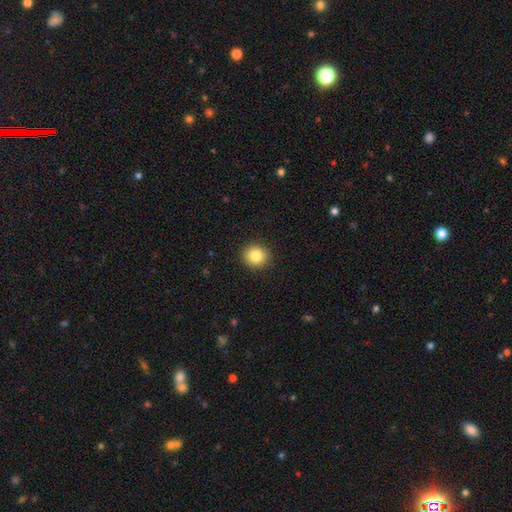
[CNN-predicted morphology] Smooth or featured? Predicted: smooth (p=0.84). How rounded? Predicted: round (p=0.90). Merging? Predicted: none (p=0.92).